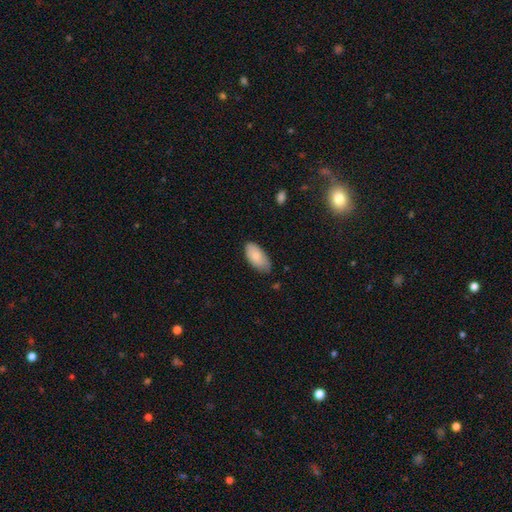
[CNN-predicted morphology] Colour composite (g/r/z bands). It shows a smooth galaxy with no disk features (83%) that is in between round and cigar-shaped (94%). Merging: none (70%).